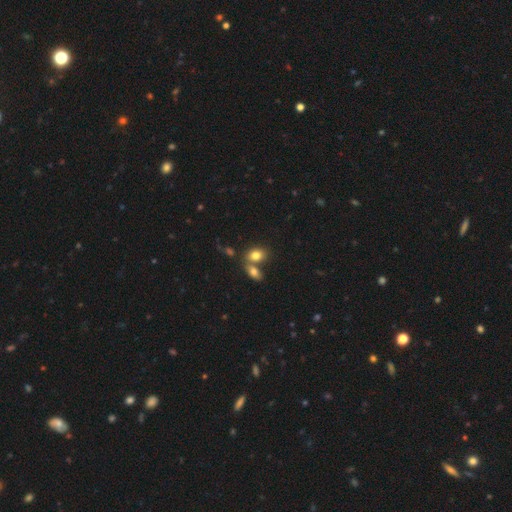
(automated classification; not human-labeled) Smooth or featured?
  - smooth: 81% *
  - featured or disk: 10%
  - star or artifact: 9%
How rounded?
  - in between: 77% *
  - round: 21%
  - cigar-shaped: 2%
Merging?
  - merger: 44% *
  - none: 43%
  - minor disturbance: 9%
  - major disturbance: 3%